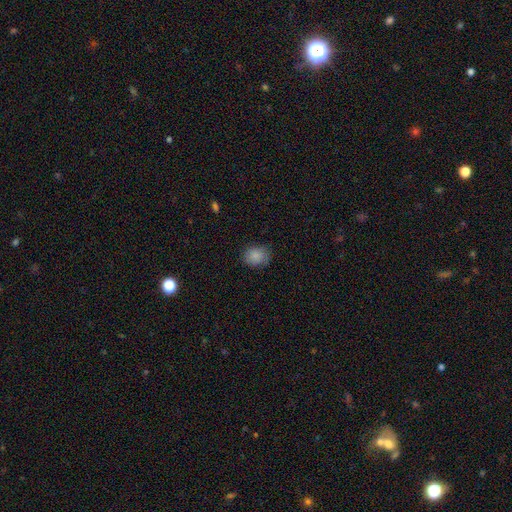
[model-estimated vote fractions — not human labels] This is clearly a smooth galaxy (86%). How rounded: possibly round (55%). Merging: likely none (77%).